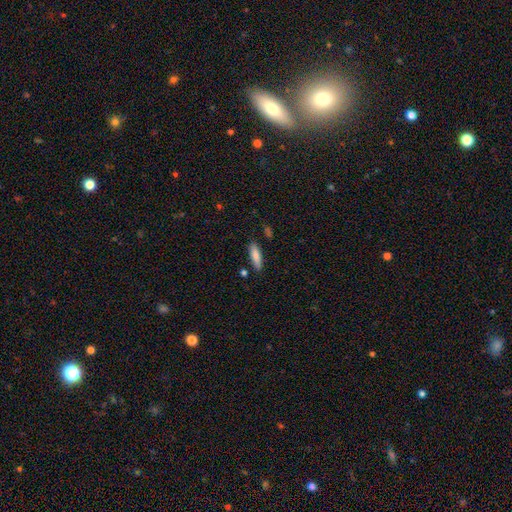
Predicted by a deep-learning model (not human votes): Smooth or featured? Predicted: smooth (p=0.82). How rounded? Predicted: cigar-shaped (p=0.59). Merging? Predicted: none (p=0.82).